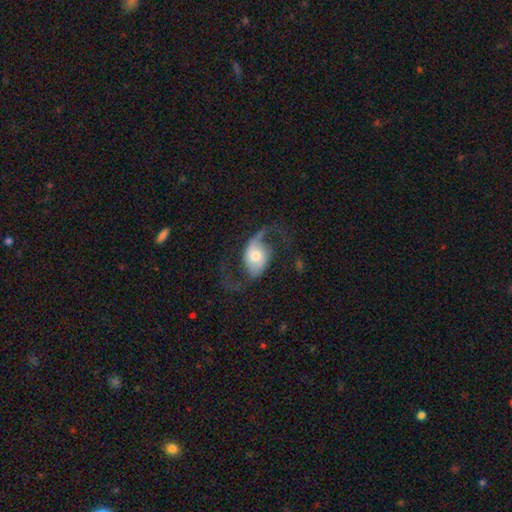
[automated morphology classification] Overall: featured or disk (80%). Edge-on disk: no (96%). Bar: no (52%; weak 32%). Spiral arms: yes (94%). Spiral arm count: 2 (92%). Spiral winding: loose (77%). Bulge size: moderate (57%; small 26%). Merging: none (62%).